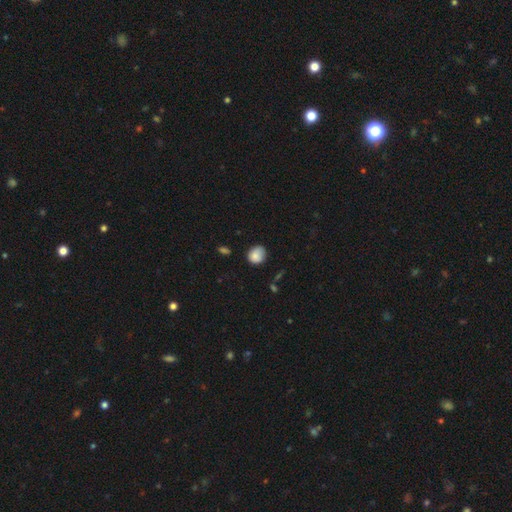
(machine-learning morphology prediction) Overall: smooth (84%). How rounded: round (76%). Merging: none (69%).